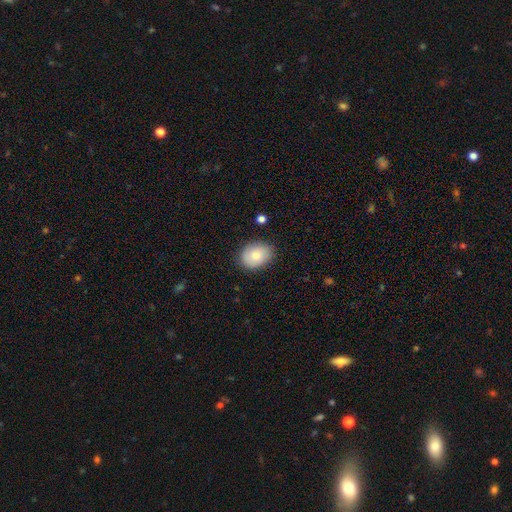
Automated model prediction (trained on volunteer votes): A smooth galaxy with no disk features (81%) that is in between round and cigar-shaped (62%).

Vote fractions:
- Smooth or featured? smooth: 81% / featured or disk: 12% / star or artifact: 7%
- How rounded? in between: 62% / round: 37% / cigar-shaped: 1%
- Merging? none: 84% / minor disturbance: 12% / major disturbance: 3% / merger: 1%